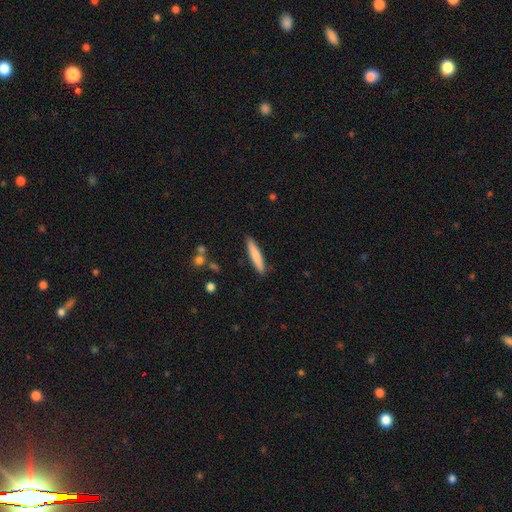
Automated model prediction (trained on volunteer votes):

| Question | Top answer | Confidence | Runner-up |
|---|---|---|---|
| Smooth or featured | smooth | 77% | featured or disk (17%) |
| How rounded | cigar-shaped | 92% | in between (7%) |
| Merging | none | 89% | minor disturbance (8%) |